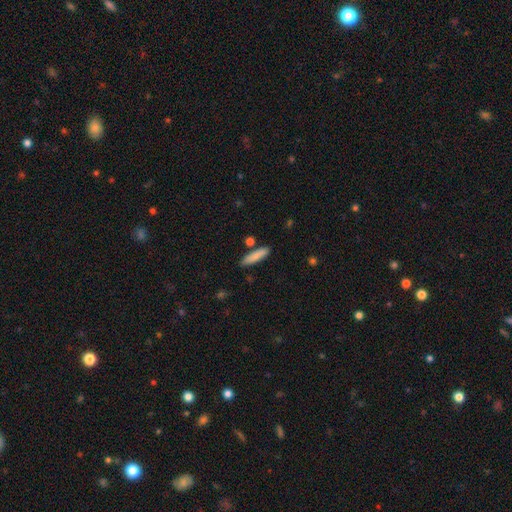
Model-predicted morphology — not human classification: Smooth or featured: smooth — 84% (featured or disk — 10%)
How rounded: cigar-shaped — 79% (in between — 19%)
Merging: none — 82% (minor disturbance — 11%)